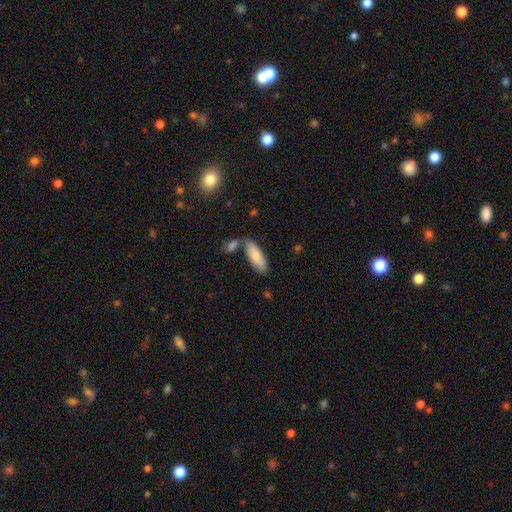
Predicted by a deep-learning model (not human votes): The model was most divided on "how rounded": in between: 73%, cigar-shaped: 26%, round: 2%. More confident: smooth or featured — smooth (77%); merging — none (64%).